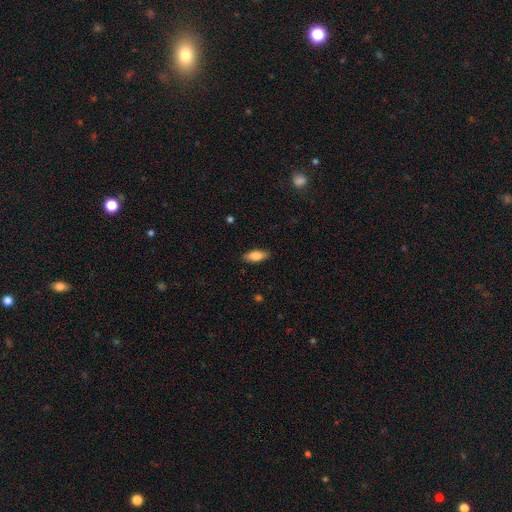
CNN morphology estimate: Smooth or featured? smooth (81%)
How rounded? in between (77%)
Merging? none (88%)